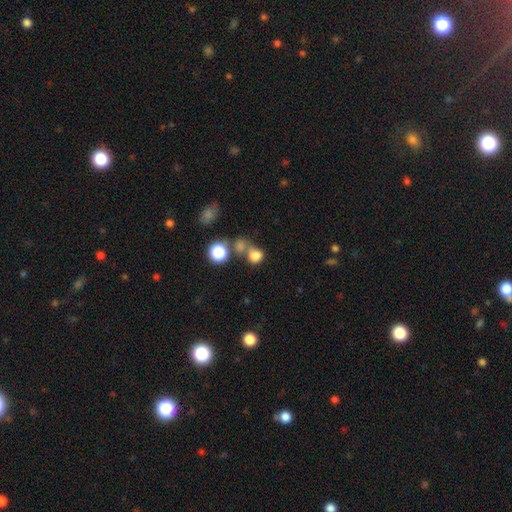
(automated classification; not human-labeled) A smooth galaxy with no disk features (78%) that is round (68%).

Vote fractions:
- Smooth or featured? smooth: 78% / star or artifact: 14% / featured or disk: 8%
- How rounded? round: 68% / in between: 31% / cigar-shaped: 1%
- Merging? none: 42% / merger: 40% / minor disturbance: 11% / major disturbance: 7%